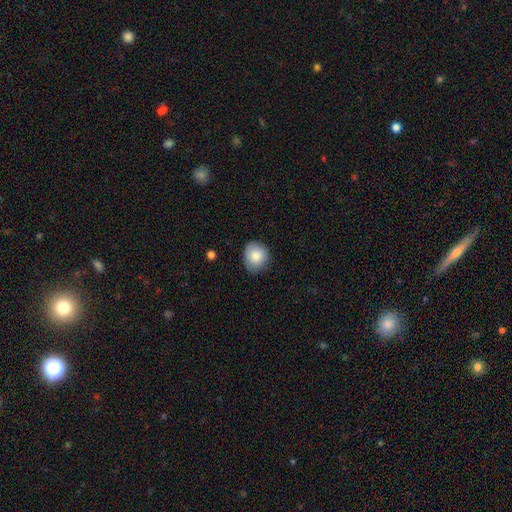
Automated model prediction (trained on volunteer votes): This is clearly a smooth galaxy (84%). How rounded: likely round (79%). Merging: likely none (80%).